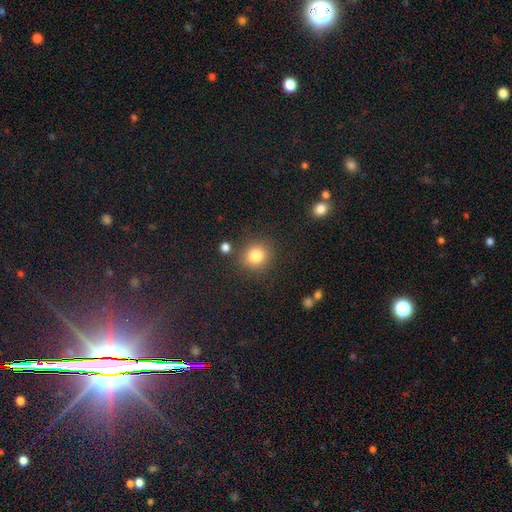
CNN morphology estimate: type=smooth (83%); roundness=round (86%); merging=none (82%).